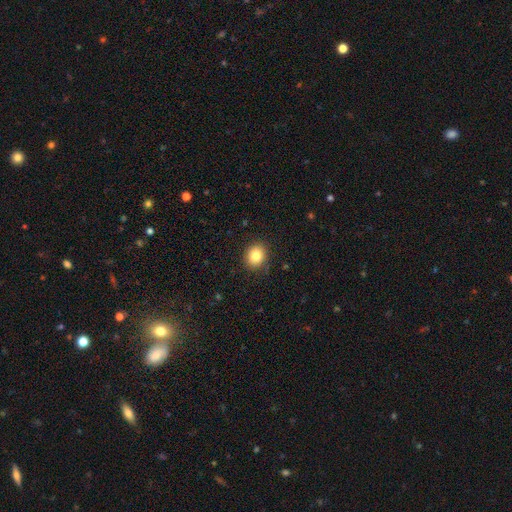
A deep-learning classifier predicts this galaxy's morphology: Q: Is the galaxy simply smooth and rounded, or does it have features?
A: smooth — 84%.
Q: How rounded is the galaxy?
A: round — 70%.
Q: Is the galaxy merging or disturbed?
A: none — 88%.